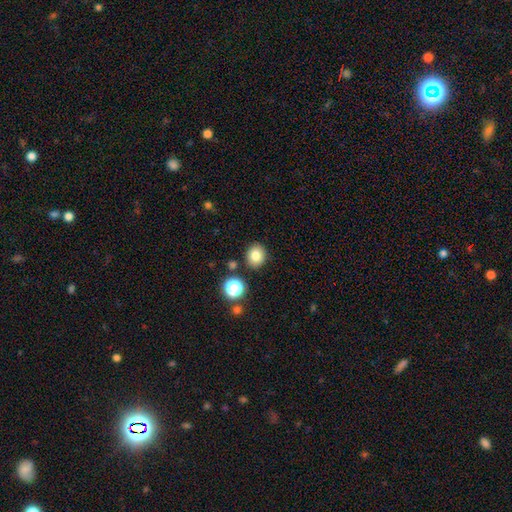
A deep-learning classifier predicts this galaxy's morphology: A smooth galaxy with no disk features (80%) that is round (77%).

Vote fractions:
- Smooth or featured? smooth: 80% / star or artifact: 12% / featured or disk: 7%
- How rounded? round: 77% / in between: 22% / cigar-shaped: 1%
- Merging? none: 85% / minor disturbance: 8% / merger: 4% / major disturbance: 2%